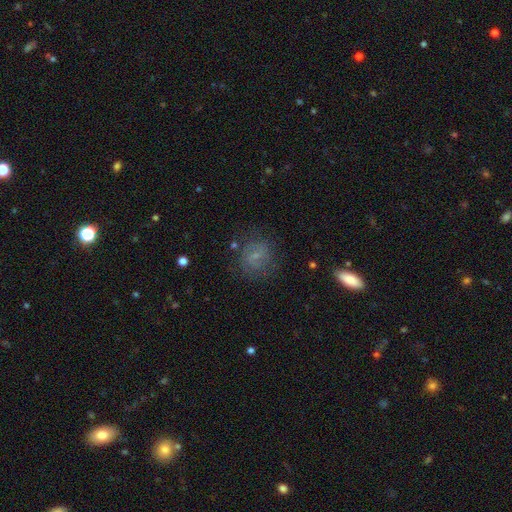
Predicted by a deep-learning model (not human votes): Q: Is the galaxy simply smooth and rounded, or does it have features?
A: smooth — 50%.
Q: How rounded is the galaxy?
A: round — 76%.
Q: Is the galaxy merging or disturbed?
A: none — 71%.